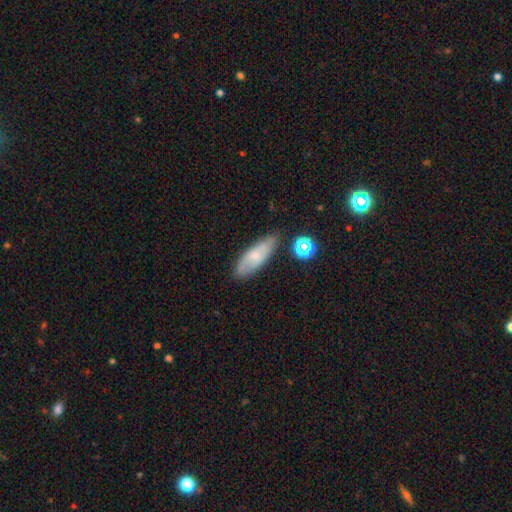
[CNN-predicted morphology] Smooth or featured? Predicted: smooth (p=0.64). How rounded? Predicted: in between (p=0.64). Merging? Predicted: none (p=0.75).